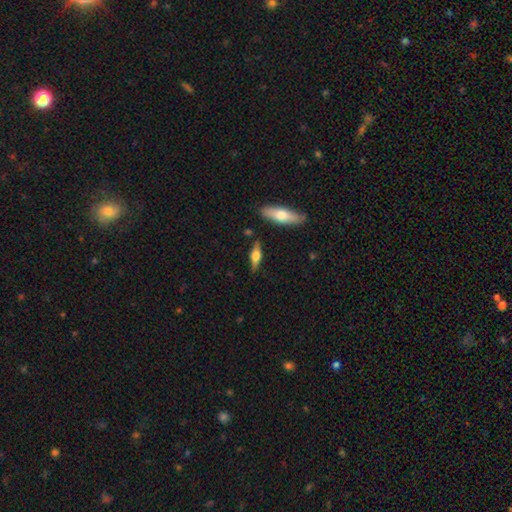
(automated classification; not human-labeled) Morphology: type=featured or disk (54%); edge-on=yes (94%); edge-on bulge=rounded (91%); merging=none (81%).